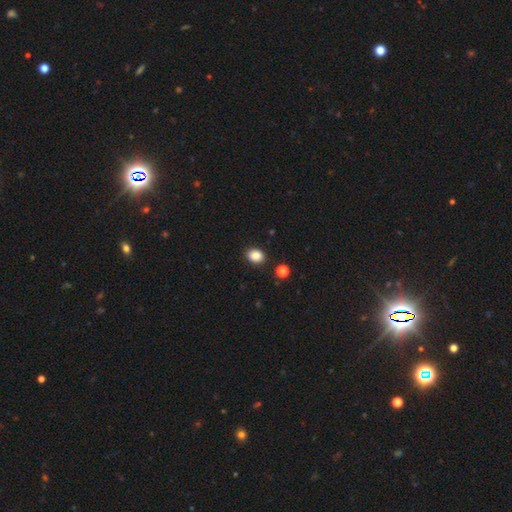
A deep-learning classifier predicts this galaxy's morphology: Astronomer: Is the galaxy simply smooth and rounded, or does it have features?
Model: smooth — 86%.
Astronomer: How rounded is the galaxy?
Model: in between — 58% (runner-up: round, 41%).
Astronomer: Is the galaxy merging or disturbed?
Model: none — 87%.